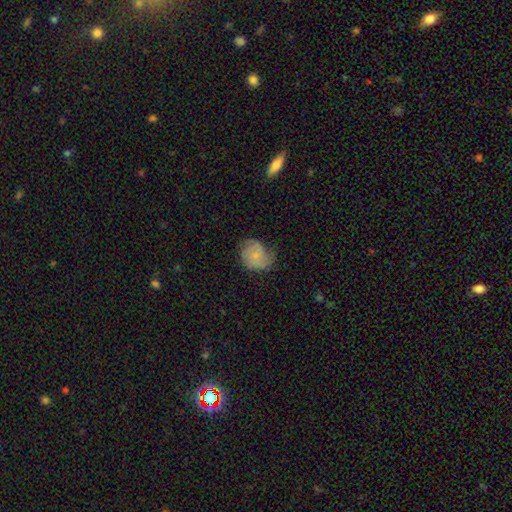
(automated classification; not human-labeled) smooth-or-featured: featured or disk: 46% (tied) | smooth: 46% (tied) | star or artifact: 8%
  merging: none: 52% | minor disturbance: 32% | major disturbance: 15% | merger: 1%